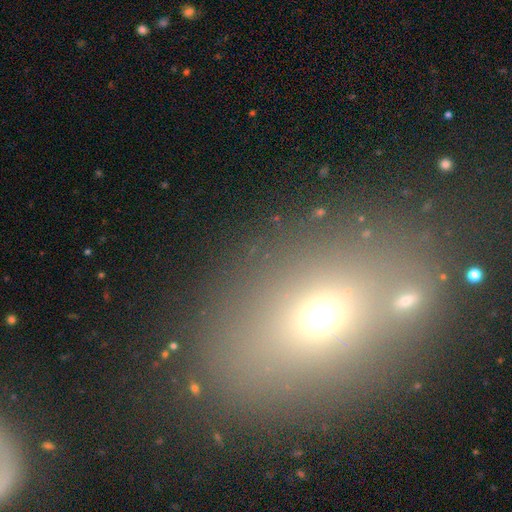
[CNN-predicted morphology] smooth_or_featured: smooth (p=0.57) [alt: star or artifact p=0.27]
how_rounded: in between (p=0.62) [alt: round p=0.36]
merging: none (p=0.70) [alt: merger p=0.12]